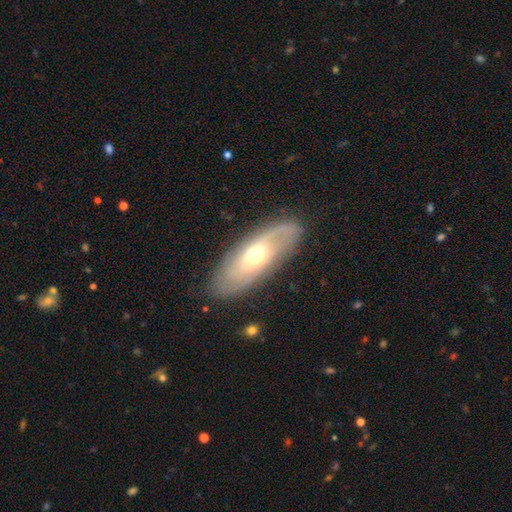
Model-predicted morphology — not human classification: type=featured or disk (59%); edge-on=no (82%); merging=none (82%).